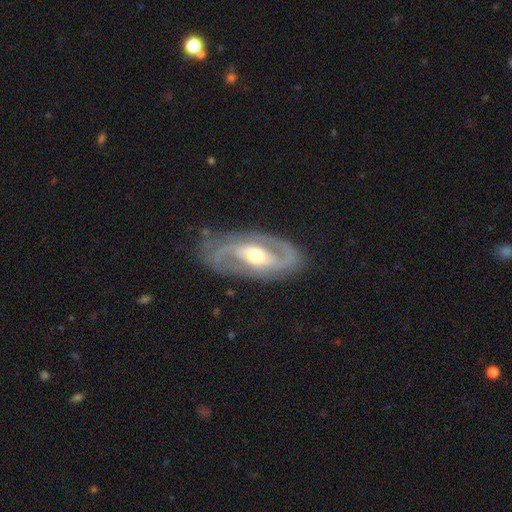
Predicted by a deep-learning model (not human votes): The model was most divided on "bar": no: 41%, weak: 35%, strong: 24%. Remaining: edge-on disk — no (94%); spiral arms — yes (90%); spiral arm count — 2 (87%); smooth or featured — featured or disk (86%); merging — none (78%); bulge size — moderate (71%); spiral winding — medium (47%).